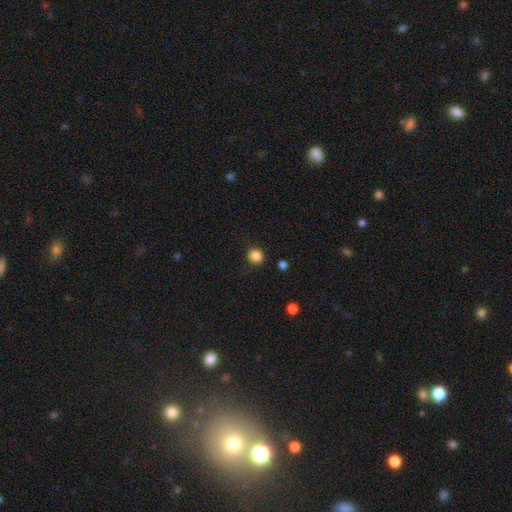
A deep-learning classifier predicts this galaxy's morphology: Smooth or featured? smooth (85%)
How rounded? round (87%)
Merging? none (88%)